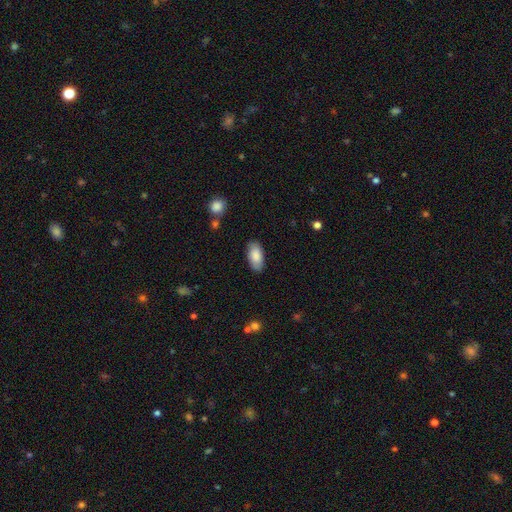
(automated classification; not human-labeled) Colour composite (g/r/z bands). It shows a smooth galaxy with no disk features (86%) that is in between round and cigar-shaped (93%). Merging: none (86%).